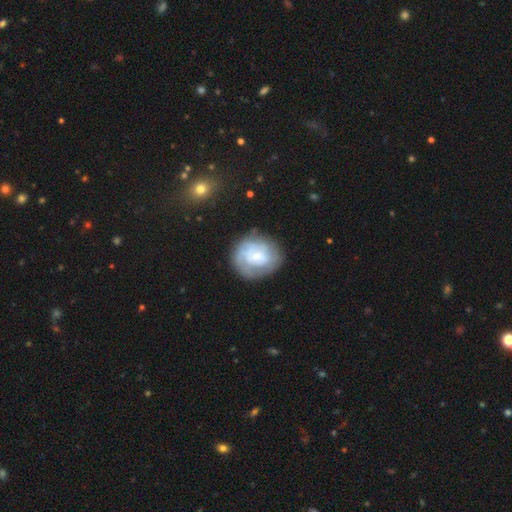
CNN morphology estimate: Overall: featured or disk (58%; smooth 35%). Edge-on disk: no (97%). Bar: no (68%). Spiral arms: yes (74%). Bulge size: small (61%; moderate 29%). Merging: none (72%).